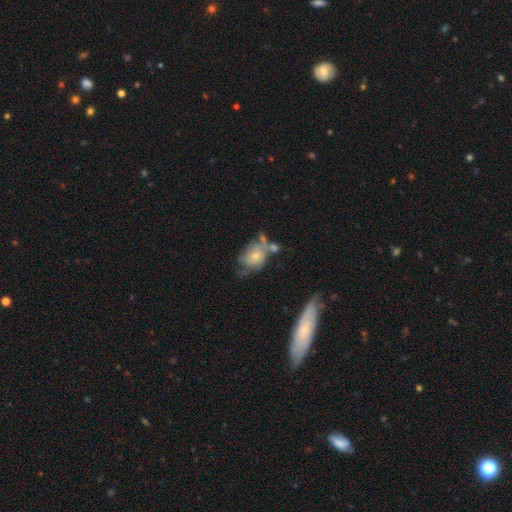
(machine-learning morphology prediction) smooth-or-featured: smooth: 52% | featured or disk: 40% | star or artifact: 8%
  how-rounded: in between: 69% | round: 29% | cigar-shaped: 2%
  merging: none: 29% | minor disturbance: 26% | merger: 24% | major disturbance: 22%